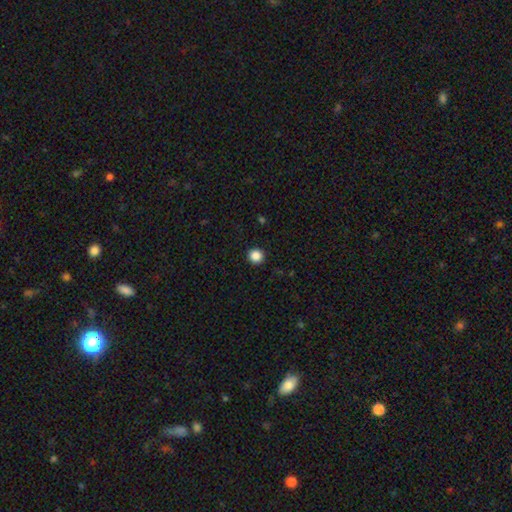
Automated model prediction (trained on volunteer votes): Smooth or featured?
  - smooth: 87% *
  - star or artifact: 11%
  - featured or disk: 3%
How rounded?
  - round: 95% *
  - in between: 4%
  - cigar-shaped: 1%
Merging?
  - none: 93% *
  - minor disturbance: 4%
  - major disturbance: 2%
  - merger: 1%